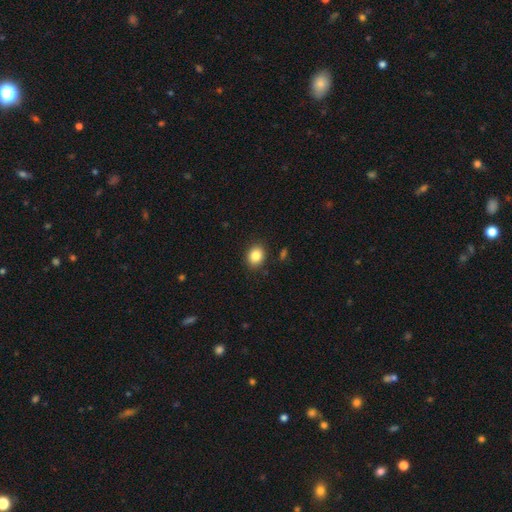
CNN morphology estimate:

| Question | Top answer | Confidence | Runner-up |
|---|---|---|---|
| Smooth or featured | smooth | 85% | star or artifact (9%) |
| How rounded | round | 55% | in between (45%) |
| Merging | none | 88% | minor disturbance (8%) |